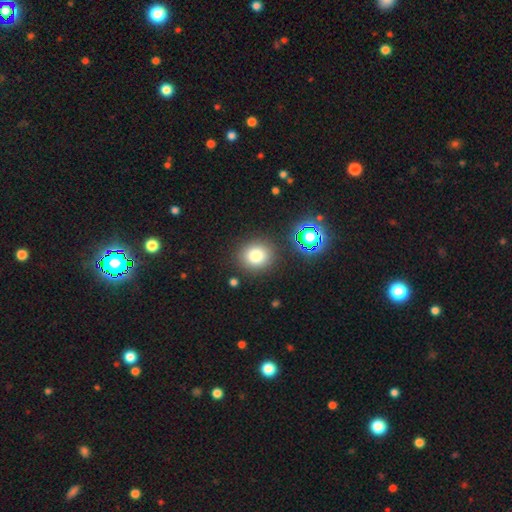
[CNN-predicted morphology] The model was most divided on "how rounded": round: 76%, in between: 23%, cigar-shaped: 1%. More confident: merging — none (85%); smooth or featured — smooth (78%).